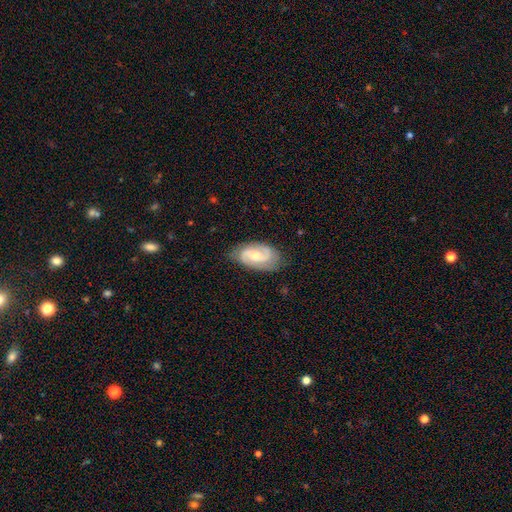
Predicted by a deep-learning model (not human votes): Morphology: type=featured or disk (81%); edge-on=no (97%); bar=no (47%); spiral arms=yes (96%); winding=medium (50%); arm count=2 (87%); bulge=moderate (50%); merging=none (78%).